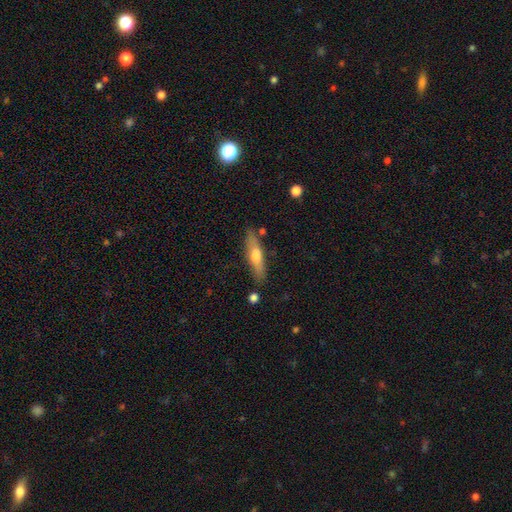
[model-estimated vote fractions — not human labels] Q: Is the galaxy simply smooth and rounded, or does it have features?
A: smooth — 49%.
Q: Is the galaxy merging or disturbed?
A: none — 82%.